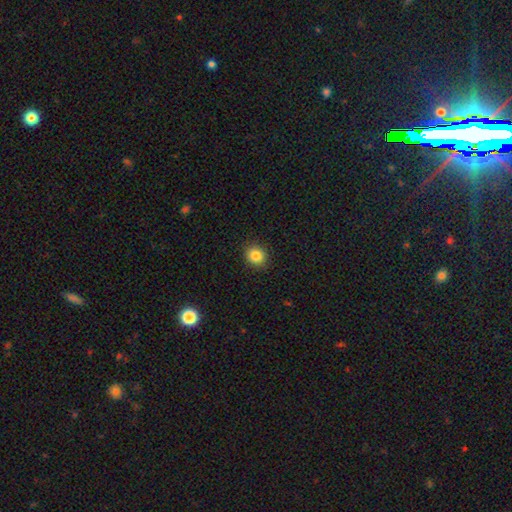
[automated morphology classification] type=smooth (85%); roundness=round (76%); merging=none (90%).